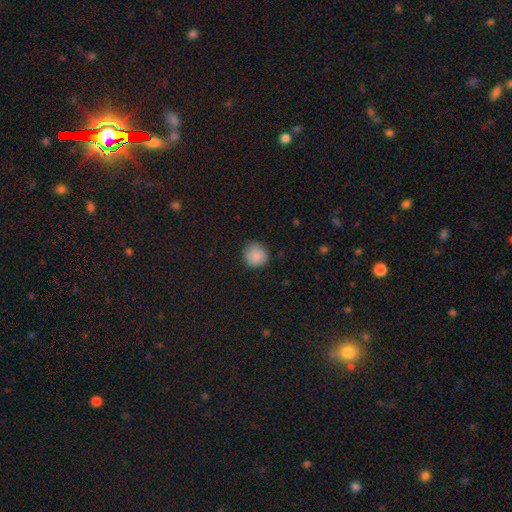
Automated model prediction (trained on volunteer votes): A smooth galaxy with no disk features (87%) that is round (90%). Merging: none (84%).